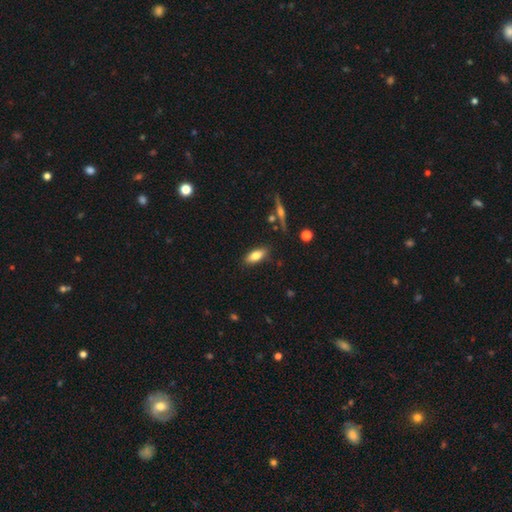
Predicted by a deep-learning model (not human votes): A smooth galaxy with no disk features (73%) that is in between round and cigar-shaped (77%). Merging: none (84%).